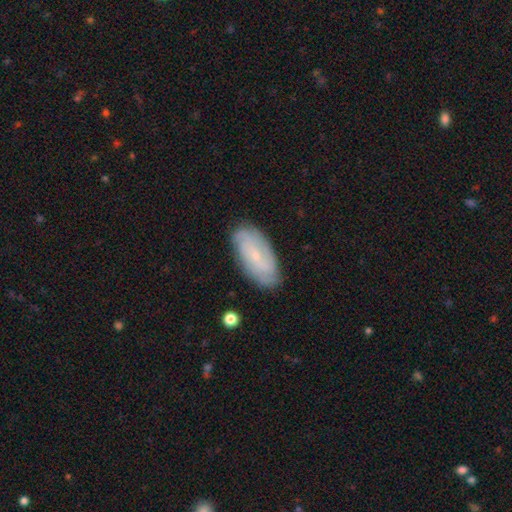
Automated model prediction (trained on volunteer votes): Q: Smooth or featured?
A: featured or disk (58%); runner-up: smooth (35%)
Q: Edge-on disk?
A: no (91%); runner-up: yes (9%)
Q: Bar?
A: no (50%); runner-up: weak (38%)
Q: Spiral arms?
A: yes (84%); runner-up: no (16%)
Q: Bulge size?
A: small (78%); runner-up: moderate (15%)
Q: Merging?
A: none (82%); runner-up: minor disturbance (13%)